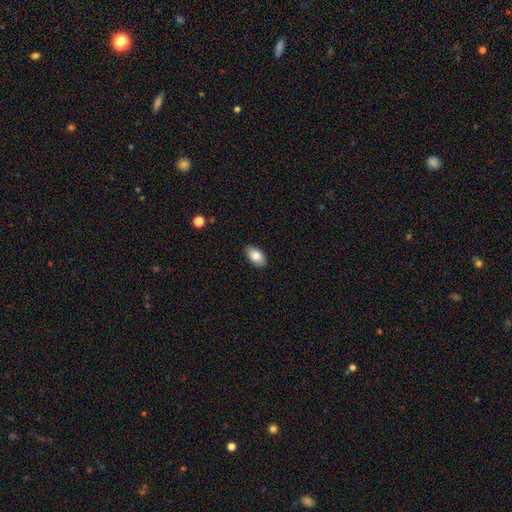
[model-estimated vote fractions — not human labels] Smooth or featured? Predicted: smooth (p=0.84). How rounded? Predicted: in between (p=0.93). Merging? Predicted: none (p=0.88).